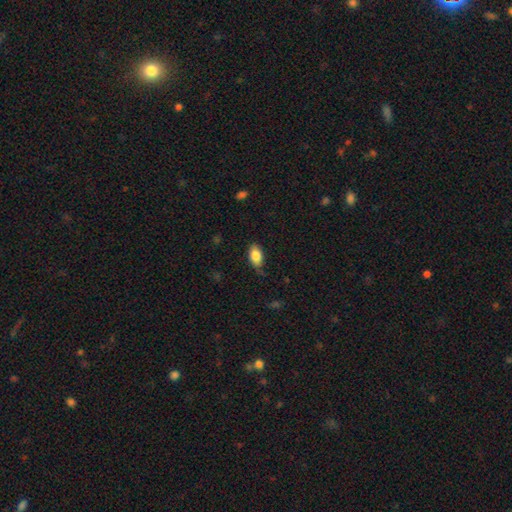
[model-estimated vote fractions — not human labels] Smooth or featured? Predicted: smooth (p=0.83). How rounded? Predicted: in between (p=0.92). Merging? Predicted: none (p=0.65).